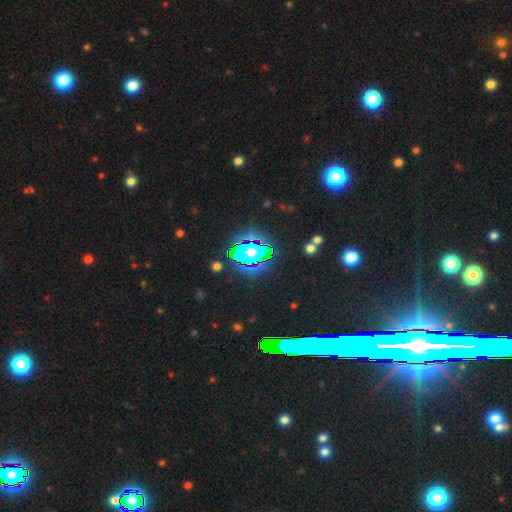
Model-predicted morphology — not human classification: Smooth or featured? star or artifact (75%)